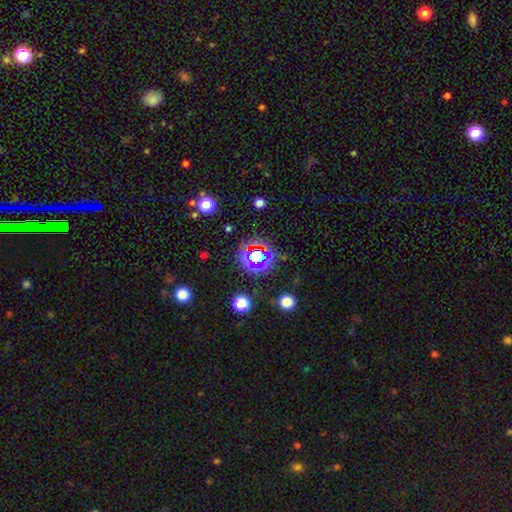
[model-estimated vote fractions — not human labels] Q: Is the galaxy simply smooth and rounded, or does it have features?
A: star or artifact — 64%.